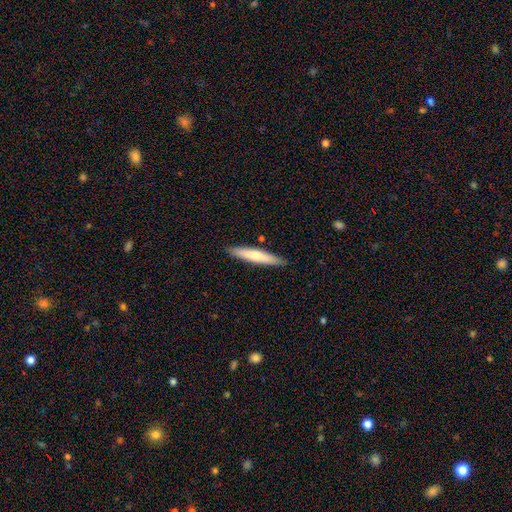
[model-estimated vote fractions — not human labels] A smooth galaxy with no disk features (63%) that is cigar-shaped (90%). Merging: none (89%).